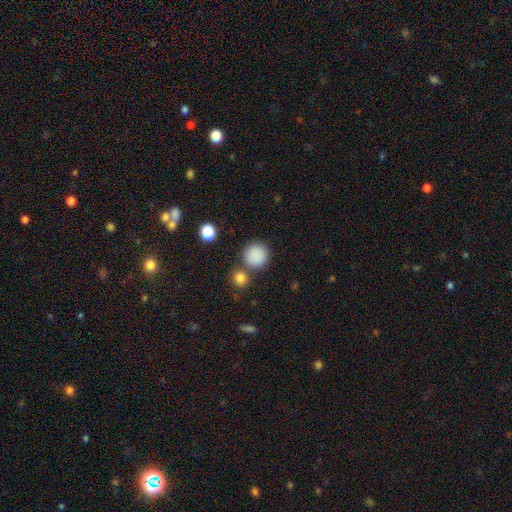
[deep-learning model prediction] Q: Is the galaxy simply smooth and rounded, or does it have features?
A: smooth — 86%.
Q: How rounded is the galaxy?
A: round — 93%.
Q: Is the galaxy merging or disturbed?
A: none — 76%.